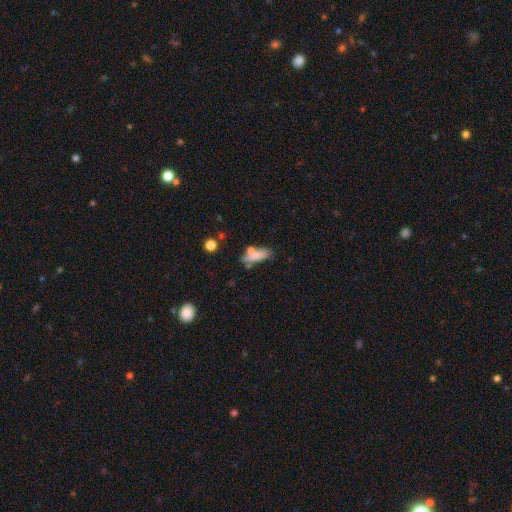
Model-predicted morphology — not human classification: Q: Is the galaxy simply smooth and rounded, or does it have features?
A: smooth — 75%.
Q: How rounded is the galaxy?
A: in between — 61%.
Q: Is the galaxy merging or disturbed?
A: none — 54%.